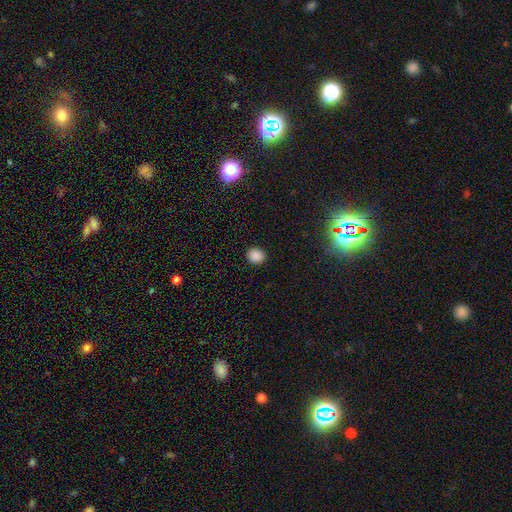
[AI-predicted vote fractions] A smooth galaxy with no disk features (86%) that is round (77%). Merging: none (91%).